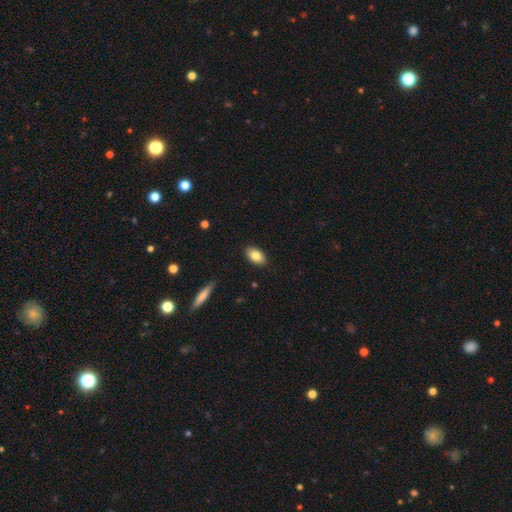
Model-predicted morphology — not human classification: The model was most divided on "smooth or featured": smooth: 83%, featured or disk: 10%, star or artifact: 7%. More confident: how rounded — in between (92%); merging — none (88%).